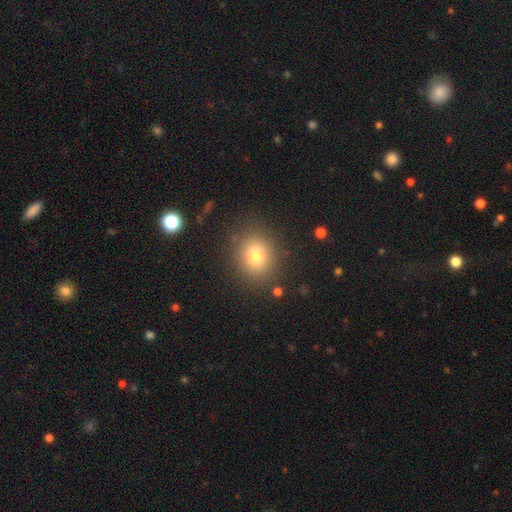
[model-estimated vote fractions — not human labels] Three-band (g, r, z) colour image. It shows a smooth galaxy with no disk features (75%) that is round (67%). Merging: none (85%).